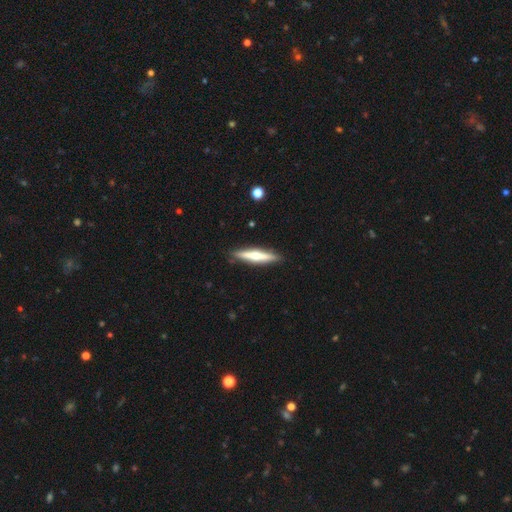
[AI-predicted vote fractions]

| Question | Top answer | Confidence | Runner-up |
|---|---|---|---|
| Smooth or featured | featured or disk | 58% | smooth (36%) |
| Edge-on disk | yes | 96% | no (4%) |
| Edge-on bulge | rounded | 85% | none (10%) |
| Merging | none | 89% | minor disturbance (8%) |